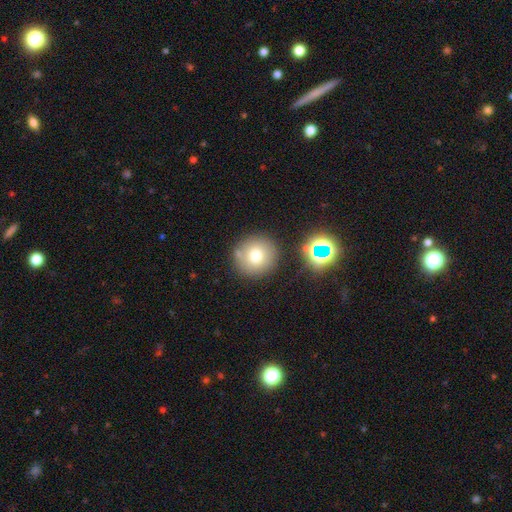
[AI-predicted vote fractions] This appears to be a smooth galaxy with no disk features (74%) that is round (92%). Merging: none (78%).